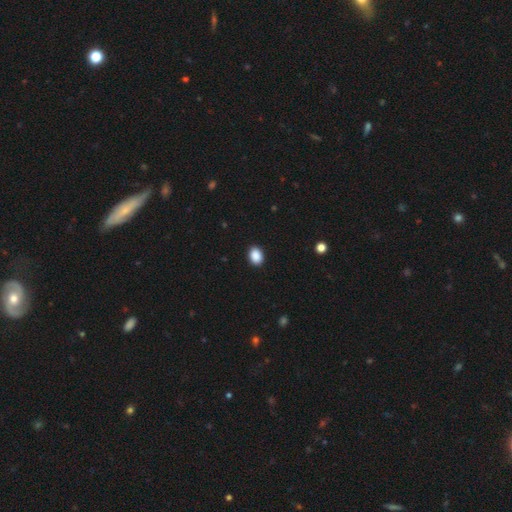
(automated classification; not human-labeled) Morphology: type=smooth (90%); roundness=in between (69%); merging=none (90%).